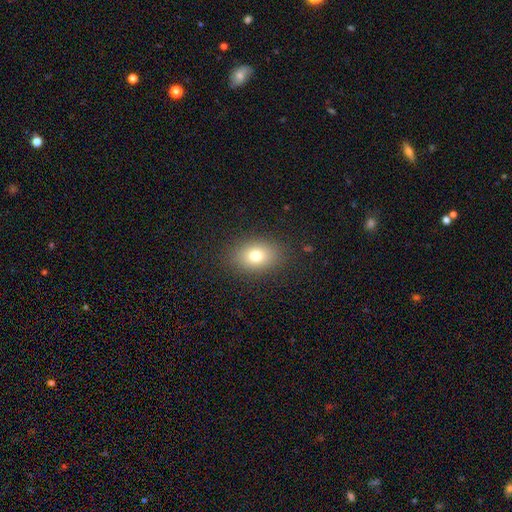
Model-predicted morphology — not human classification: Overall: smooth (76%). How rounded: in between (74%). Merging: none (87%).